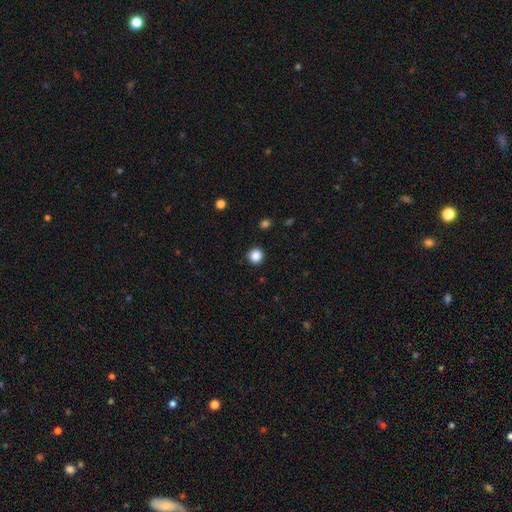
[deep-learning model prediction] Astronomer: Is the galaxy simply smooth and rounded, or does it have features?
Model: smooth — 86%.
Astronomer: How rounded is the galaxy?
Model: round — 92%.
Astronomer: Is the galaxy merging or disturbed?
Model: none — 91%.